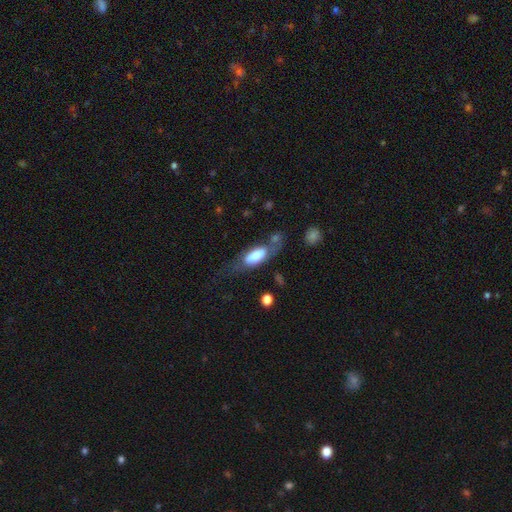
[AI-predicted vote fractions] Smooth or featured?
  - smooth: 68% *
  - featured or disk: 26%
  - star or artifact: 7%
How rounded?
  - in between: 79% *
  - cigar-shaped: 18%
  - round: 3%
Merging?
  - none: 43% *
  - minor disturbance: 24%
  - major disturbance: 22%
  - merger: 10%